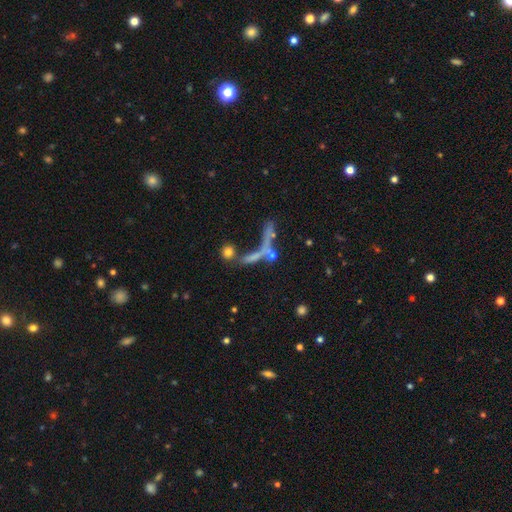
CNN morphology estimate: smooth_or_featured: smooth (p=0.48) [alt: featured or disk p=0.33]
merging: none (p=0.39) [alt: merger p=0.31]